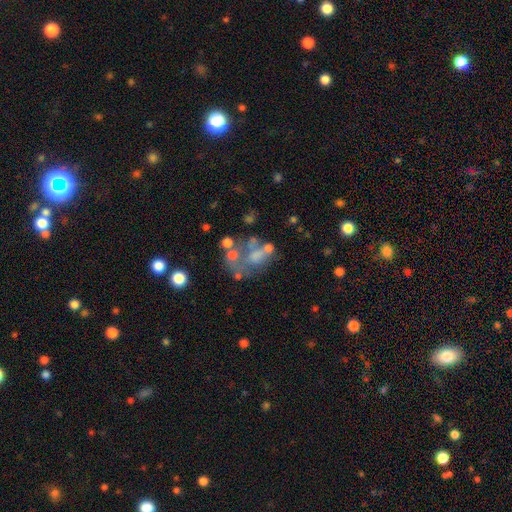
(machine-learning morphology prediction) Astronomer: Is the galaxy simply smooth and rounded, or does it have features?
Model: featured or disk — 46% (runner-up: smooth, 36%).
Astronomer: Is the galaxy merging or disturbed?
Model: none — 33% (runner-up: merger, 27%).